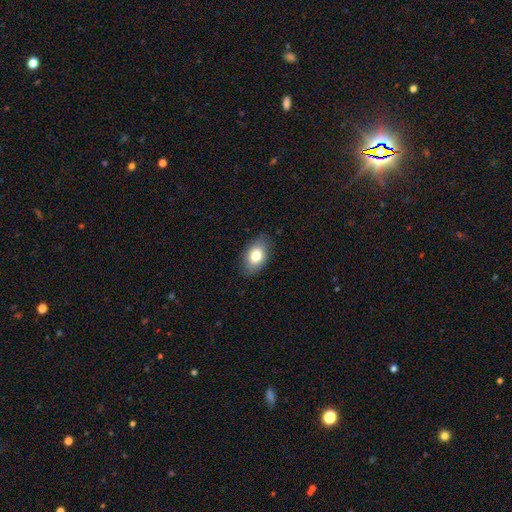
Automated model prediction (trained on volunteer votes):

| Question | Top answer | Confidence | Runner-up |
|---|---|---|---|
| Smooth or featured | smooth | 78% | featured or disk (15%) |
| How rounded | in between | 89% | round (9%) |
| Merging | none | 83% | minor disturbance (14%) |